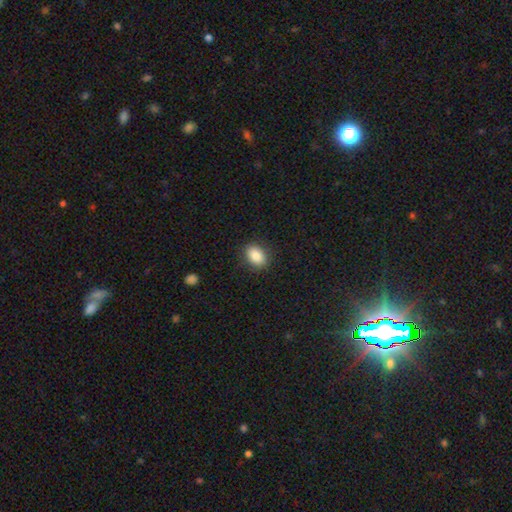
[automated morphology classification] smooth 85%, star or artifact 8%, featured or disk 6%. Down the decision tree: how rounded — in between (74%); merging — none (87%).